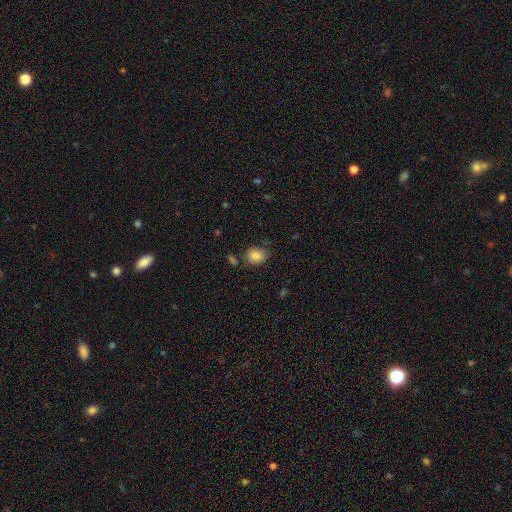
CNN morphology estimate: Overall: smooth (85%). How rounded: in between (51%; round 48%). Merging: none (74%).